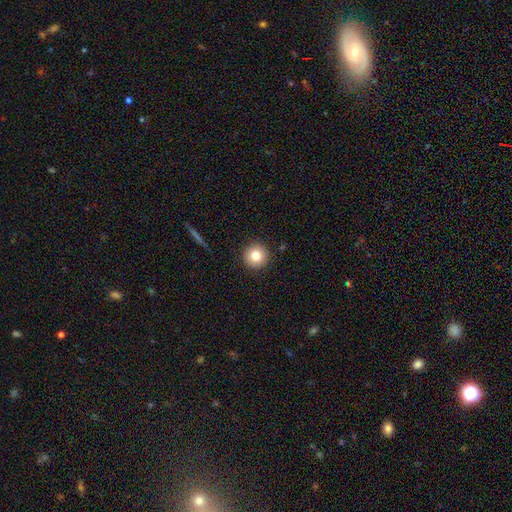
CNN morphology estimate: Smooth or featured? Predicted: smooth (p=0.80). How rounded? Predicted: round (p=0.96). Merging? Predicted: none (p=0.92).